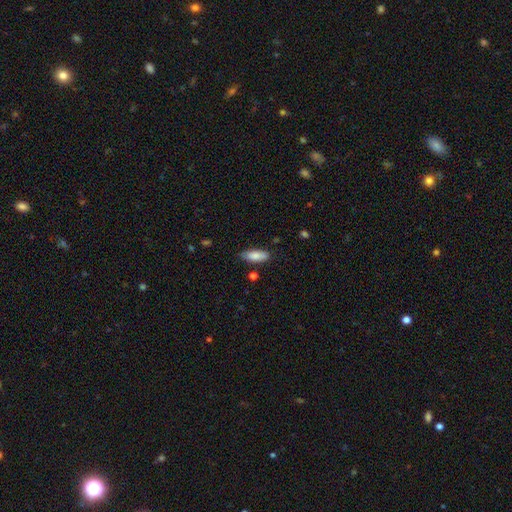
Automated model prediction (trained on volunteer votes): This appears to be a smooth galaxy with no disk features (84%) that is in between round and cigar-shaped (72%). Merging: none (80%).